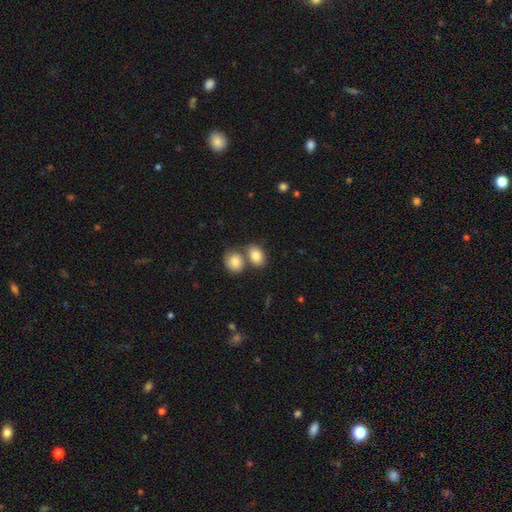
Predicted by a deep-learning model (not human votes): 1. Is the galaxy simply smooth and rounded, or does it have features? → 83% smooth, 10% featured or disk, 7% star or artifact.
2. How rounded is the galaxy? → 75% in between, 23% round, 1% cigar-shaped.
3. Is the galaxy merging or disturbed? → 46% merger, 40% none, 10% minor disturbance, 4% major disturbance.